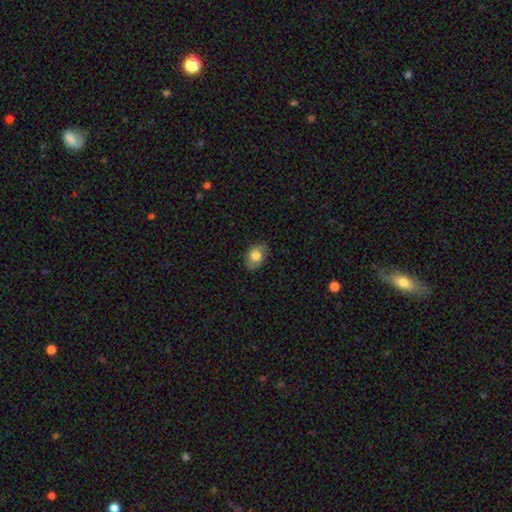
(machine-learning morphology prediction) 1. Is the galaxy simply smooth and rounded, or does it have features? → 76% smooth, 17% featured or disk, 8% star or artifact.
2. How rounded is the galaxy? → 82% in between, 16% round, 1% cigar-shaped.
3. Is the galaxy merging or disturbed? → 79% none, 17% minor disturbance, 4% major disturbance, 1% merger.